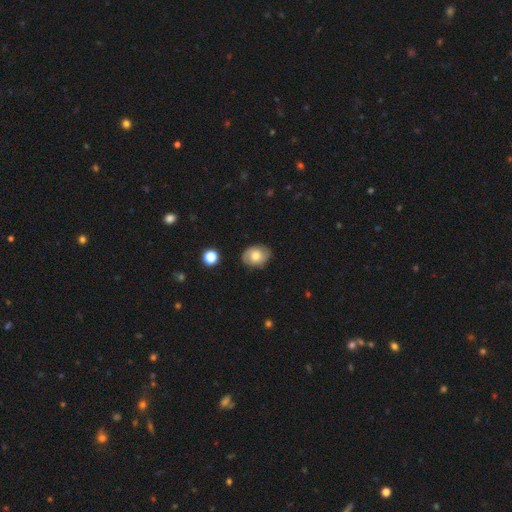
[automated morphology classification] Q: Smooth or featured?
A: smooth (63%); runner-up: featured or disk (28%)
Q: How rounded?
A: in between (58%); runner-up: round (41%)
Q: Merging?
A: none (81%); runner-up: minor disturbance (15%)